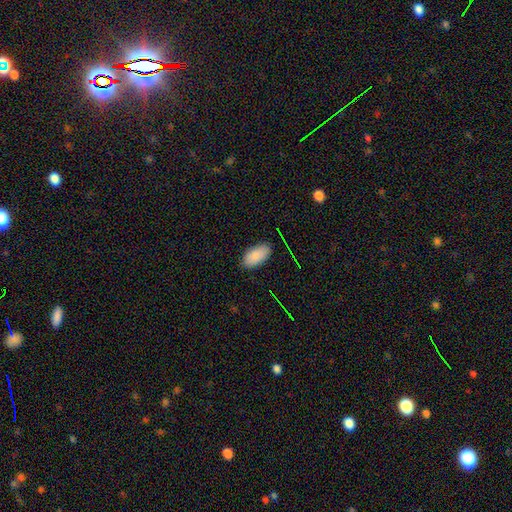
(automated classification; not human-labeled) Q: Smooth or featured?
A: smooth (86%); runner-up: star or artifact (8%)
Q: How rounded?
A: in between (94%); runner-up: cigar-shaped (3%)
Q: Merging?
A: none (83%); runner-up: minor disturbance (13%)